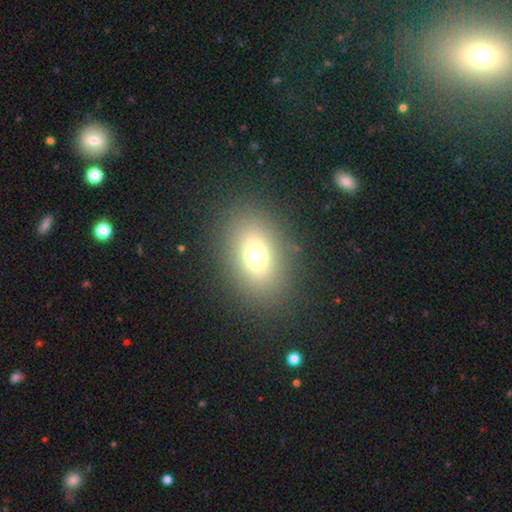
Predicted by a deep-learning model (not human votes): Q: Smooth or featured?
A: smooth (67%); runner-up: star or artifact (20%)
Q: How rounded?
A: in between (63%); runner-up: round (36%)
Q: Merging?
A: none (86%); runner-up: minor disturbance (8%)